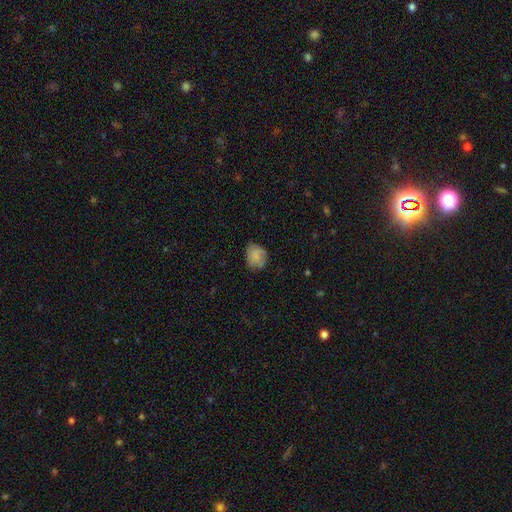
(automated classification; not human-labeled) A smooth galaxy with no disk features (79%) that is round (50%).

Vote fractions:
- Smooth or featured? smooth: 79% / featured or disk: 13% / star or artifact: 9%
- How rounded? round: 50% / in between: 49% / cigar-shaped: 1%
- Merging? none: 66% / minor disturbance: 26% / major disturbance: 7% / merger: 1%